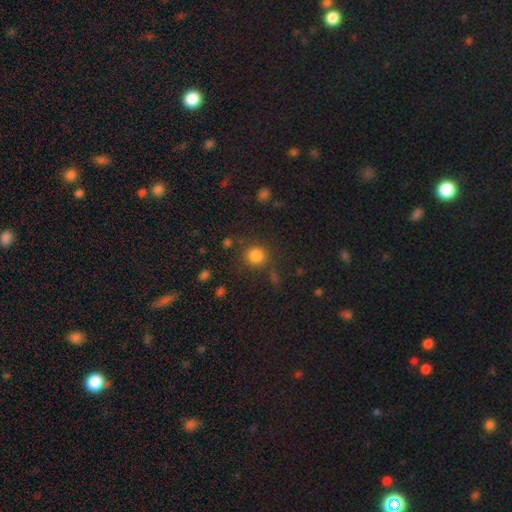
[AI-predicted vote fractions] smooth-or-featured: smooth: 83% | star or artifact: 12% | featured or disk: 5%
  how-rounded: round: 90% | in between: 9% | cigar-shaped: 1%
  merging: none: 80% | minor disturbance: 11% | major disturbance: 5% | merger: 4%